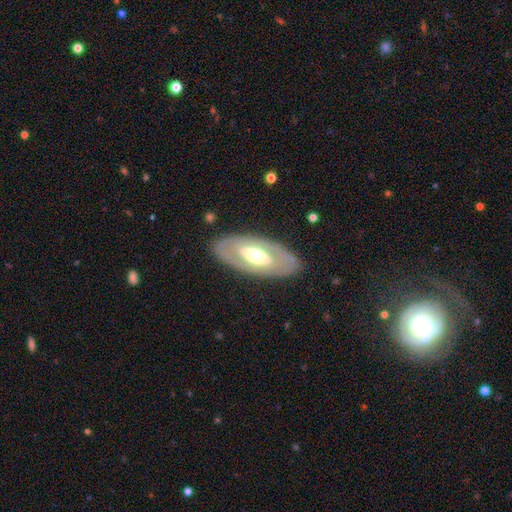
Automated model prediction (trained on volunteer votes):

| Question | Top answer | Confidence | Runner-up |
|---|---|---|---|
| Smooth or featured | featured or disk | 62% | smooth (33%) |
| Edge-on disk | no | 85% | yes (15%) |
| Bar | no | 61% | weak (23%) |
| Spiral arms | no | 82% | yes (18%) |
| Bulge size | moderate | 64% | large (24%) |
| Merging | none | 84% | minor disturbance (10%) |